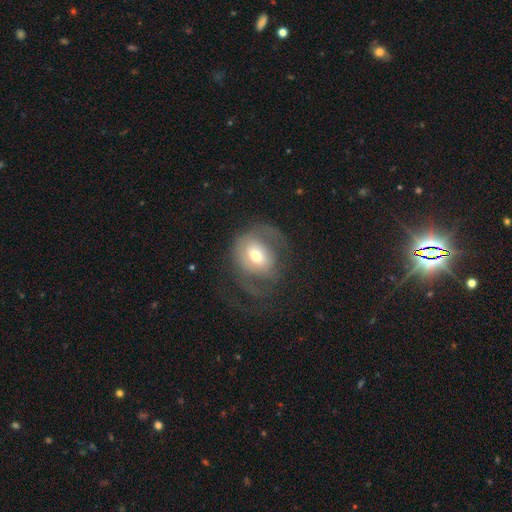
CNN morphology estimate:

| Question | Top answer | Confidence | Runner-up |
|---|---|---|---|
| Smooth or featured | featured or disk | 51% | smooth (42%) |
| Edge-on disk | no | 96% | yes (4%) |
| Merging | major disturbance | 42% | none (37%) |